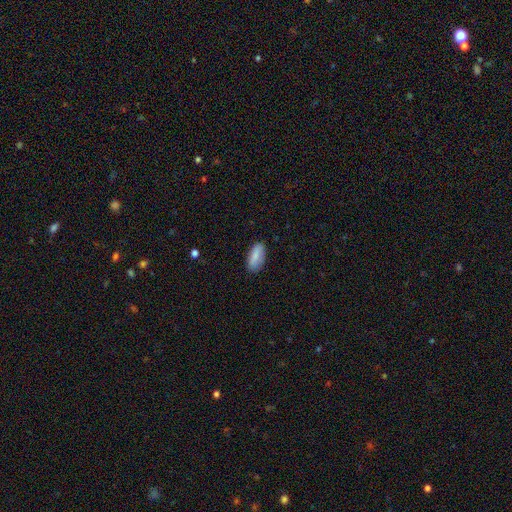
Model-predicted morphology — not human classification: type=smooth (85%); roundness=in between (83%); merging=none (83%).